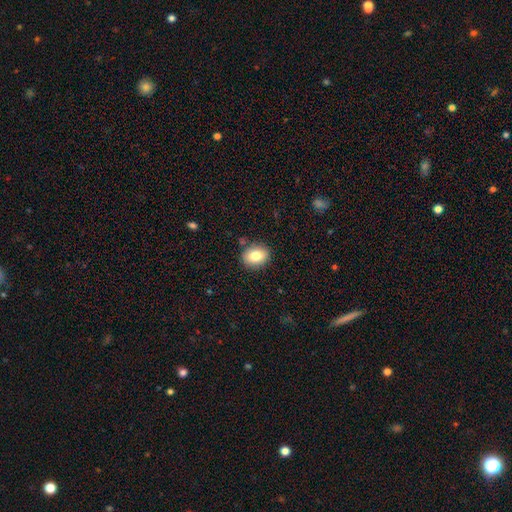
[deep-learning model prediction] Smooth or featured: smooth — 80% (featured or disk — 12%)
How rounded: in between — 51% (round — 48%)
Merging: none — 86% (minor disturbance — 9%)